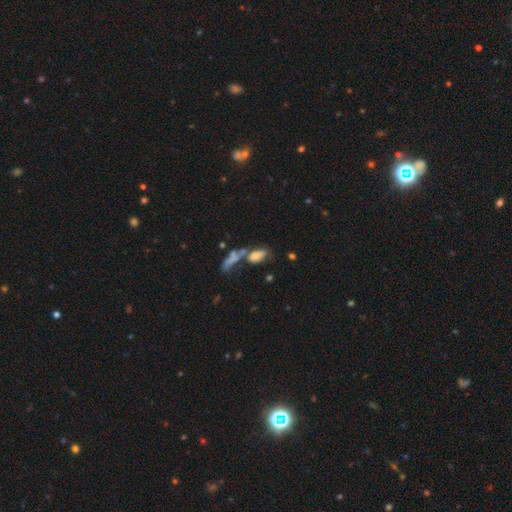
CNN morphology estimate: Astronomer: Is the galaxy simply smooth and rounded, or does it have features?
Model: smooth — 60%.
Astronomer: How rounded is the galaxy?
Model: in between — 80%.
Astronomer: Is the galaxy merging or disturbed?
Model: merger — 44% (runner-up: none, 27%).